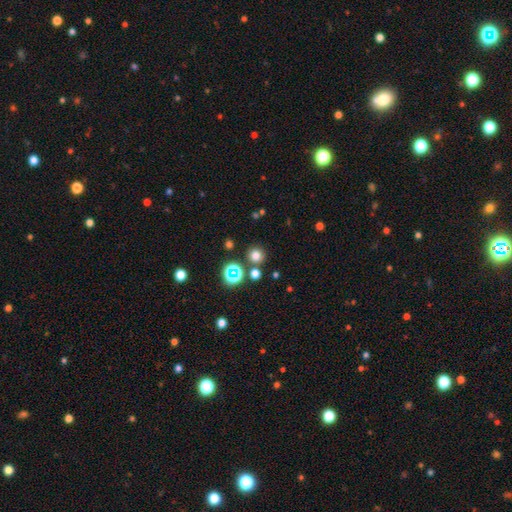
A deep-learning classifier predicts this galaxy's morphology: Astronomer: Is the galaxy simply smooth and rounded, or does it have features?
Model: smooth — 71%.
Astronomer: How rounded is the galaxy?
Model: round — 93%.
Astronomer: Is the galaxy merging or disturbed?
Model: none — 81%.